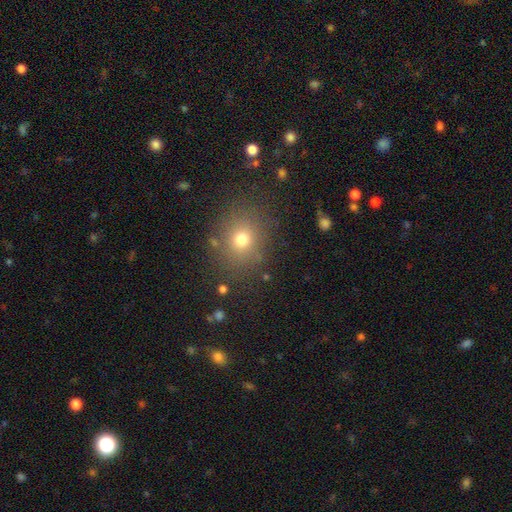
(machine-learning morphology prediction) This appears to be a smooth galaxy with no disk features (61%) that is round (75%). Merging: none (88%).